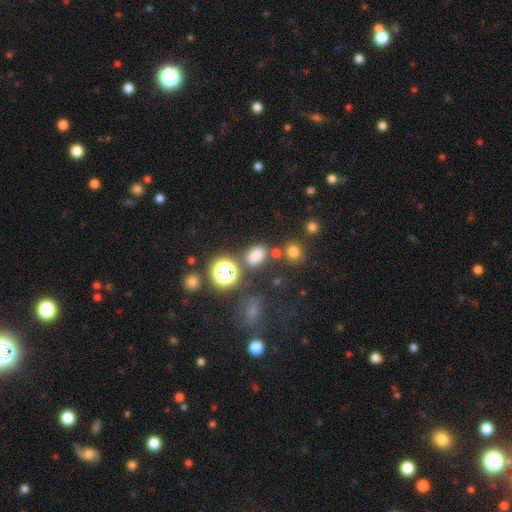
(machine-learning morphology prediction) Overall: smooth (74%). How rounded: in between (71%). Merging: none (74%).